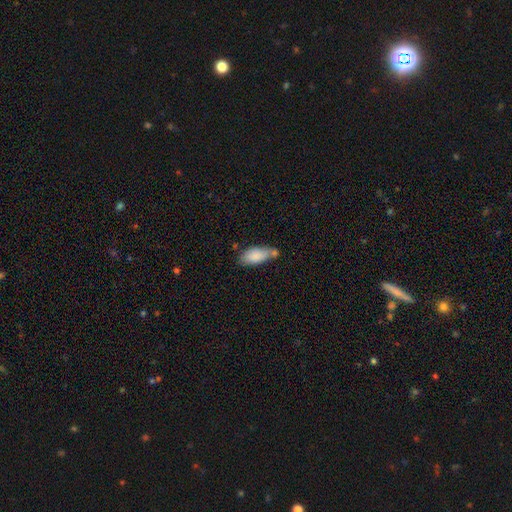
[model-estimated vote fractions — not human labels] Smooth or featured?
  - smooth: 83% *
  - featured or disk: 10%
  - star or artifact: 7%
How rounded?
  - in between: 86% *
  - cigar-shaped: 12%
  - round: 2%
Merging?
  - none: 43% *
  - merger: 25%
  - minor disturbance: 25%
  - major disturbance: 8%